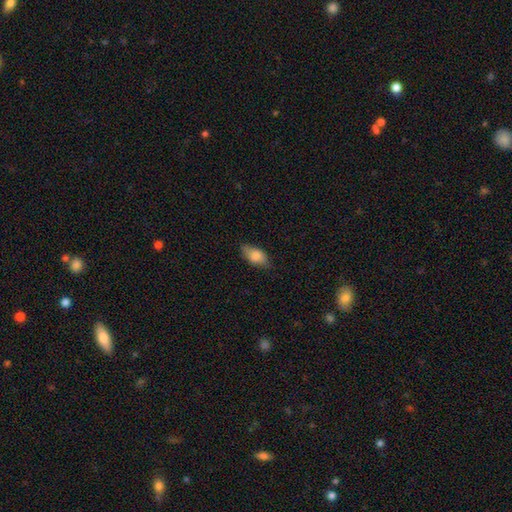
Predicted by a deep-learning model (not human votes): smooth_or_featured: smooth (p=0.79) [alt: featured or disk p=0.14]
how_rounded: in between (p=0.89) [alt: cigar-shaped p=0.06]
merging: none (p=0.72) [alt: minor disturbance p=0.22]